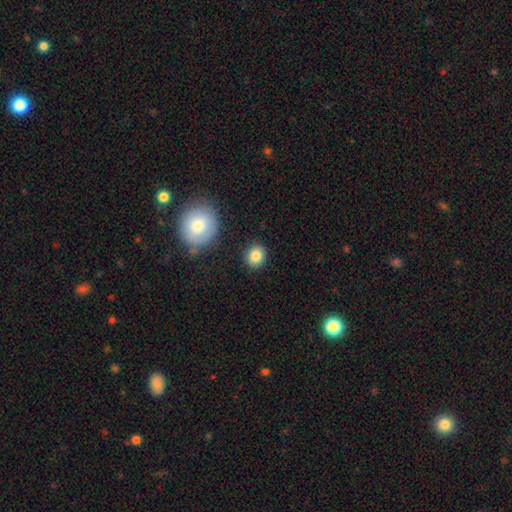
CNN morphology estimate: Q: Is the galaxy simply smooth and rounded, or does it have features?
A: smooth — 84%.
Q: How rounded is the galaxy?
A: round — 72%.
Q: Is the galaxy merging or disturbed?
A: none — 87%.